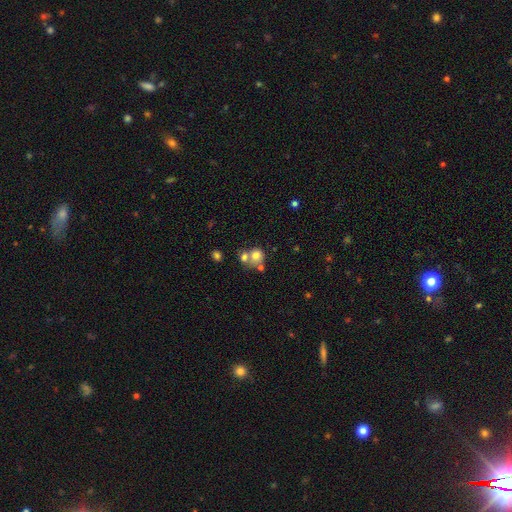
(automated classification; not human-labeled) smooth_or_featured: smooth (p=0.70) [alt: featured or disk p=0.18]
how_rounded: round (p=0.80) [alt: in between p=0.19]
merging: merger (p=0.48) [alt: none p=0.38]